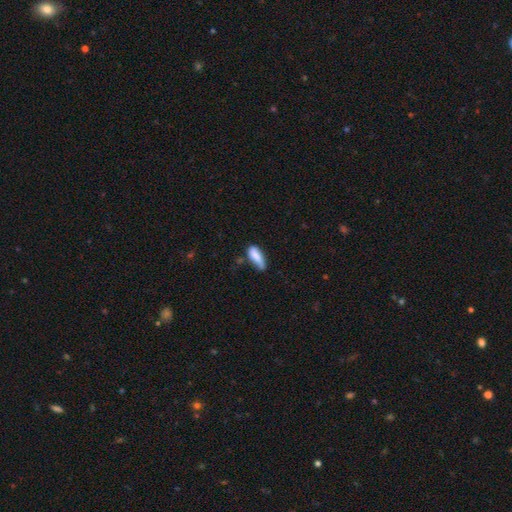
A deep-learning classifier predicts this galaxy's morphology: Smooth or featured?
  - smooth: 78% *
  - featured or disk: 15%
  - star or artifact: 7%
How rounded?
  - in between: 70% *
  - cigar-shaped: 27%
  - round: 2%
Merging?
  - none: 40% *
  - minor disturbance: 38%
  - major disturbance: 14%
  - merger: 7%